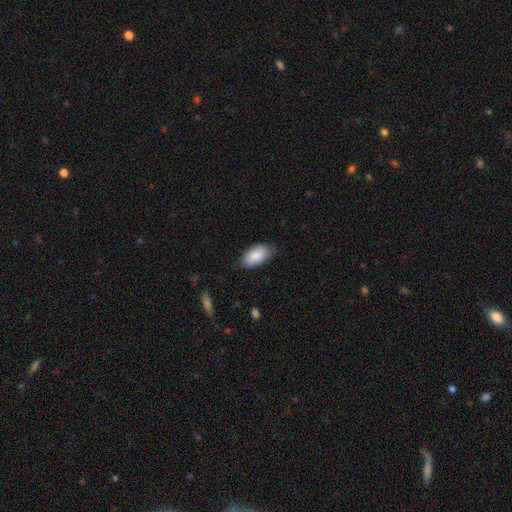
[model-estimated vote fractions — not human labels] Overall: smooth (87%). How rounded: in between (94%). Merging: none (69%).